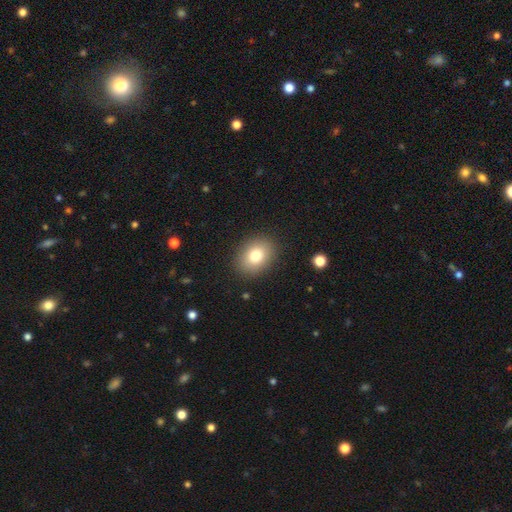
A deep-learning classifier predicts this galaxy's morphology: Smooth or featured?
  - smooth: 79% *
  - featured or disk: 11%
  - star or artifact: 10%
How rounded?
  - in between: 64% *
  - round: 35%
  - cigar-shaped: 1%
Merging?
  - none: 88% *
  - minor disturbance: 8%
  - major disturbance: 3%
  - merger: 1%